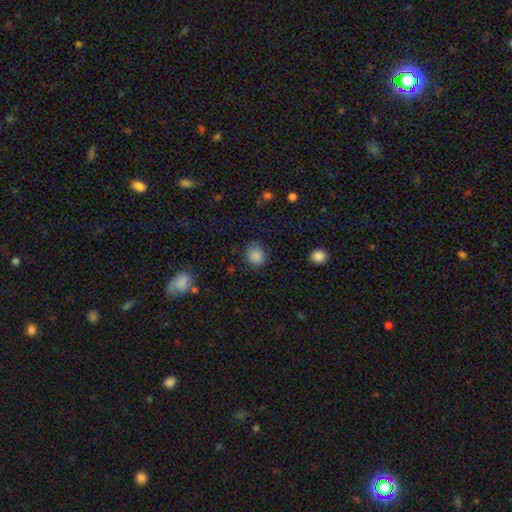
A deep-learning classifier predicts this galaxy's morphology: Overall: smooth (85%). How rounded: round (74%). Merging: none (80%).